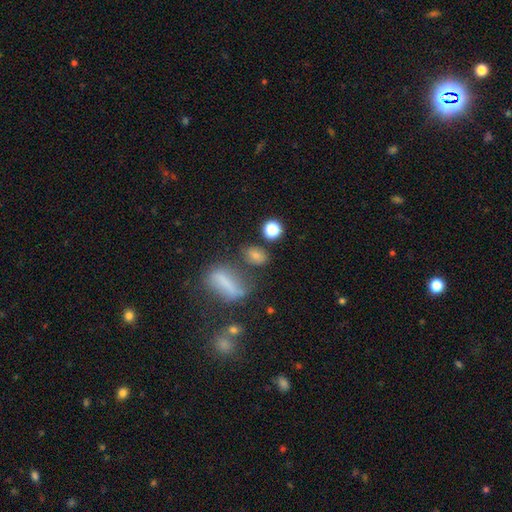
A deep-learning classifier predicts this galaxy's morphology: This appears to be a smooth galaxy with no disk features (74%) that is in between round and cigar-shaped (65%). Merging: none (66%).